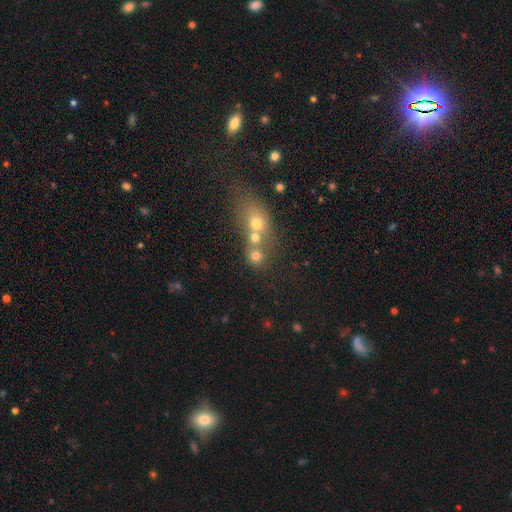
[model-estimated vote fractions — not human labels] Q: Smooth or featured?
A: smooth (68%); runner-up: star or artifact (17%)
Q: How rounded?
A: round (80%); runner-up: in between (18%)
Q: Merging?
A: merger (51%); runner-up: none (39%)